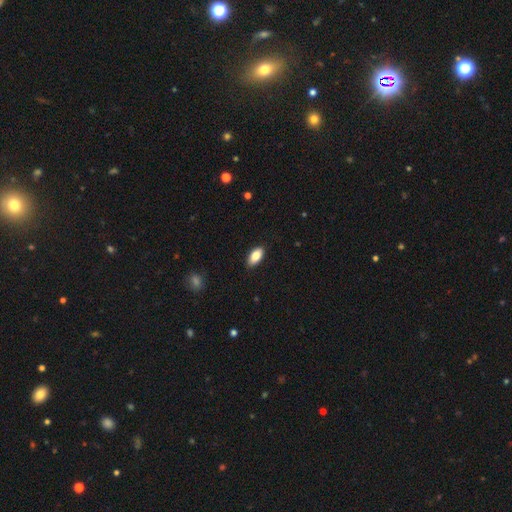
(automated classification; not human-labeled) Smooth or featured: smooth — 85% (featured or disk — 8%)
How rounded: in between — 92% (cigar-shaped — 5%)
Merging: none — 87% (minor disturbance — 11%)